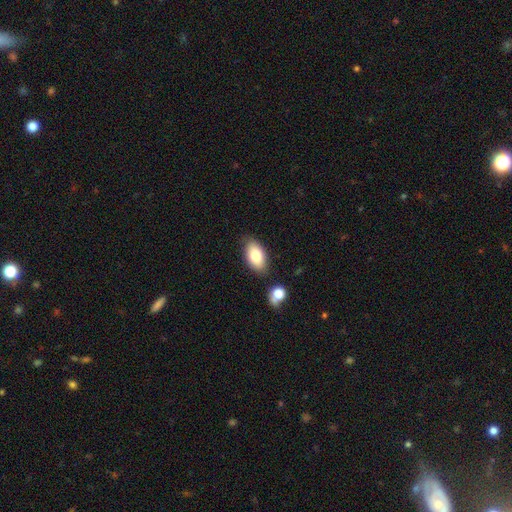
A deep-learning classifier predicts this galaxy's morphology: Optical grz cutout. It shows a smooth galaxy with no disk features (79%) that is in between round and cigar-shaped (92%). Merging: none (80%).